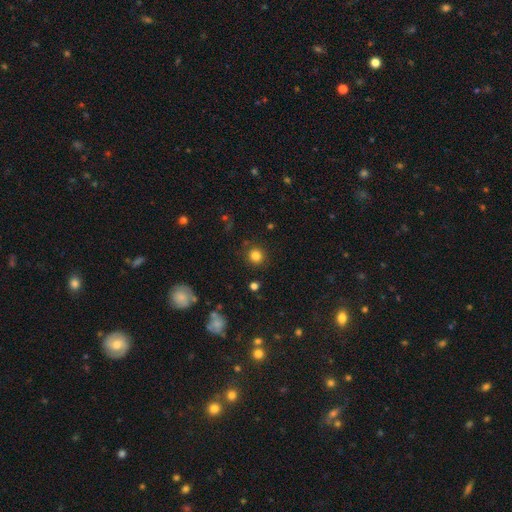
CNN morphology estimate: smooth_or_featured: smooth (p=0.82) [alt: star or artifact p=0.13]
how_rounded: round (p=0.93) [alt: in between p=0.06]
merging: none (p=0.88) [alt: minor disturbance p=0.08]